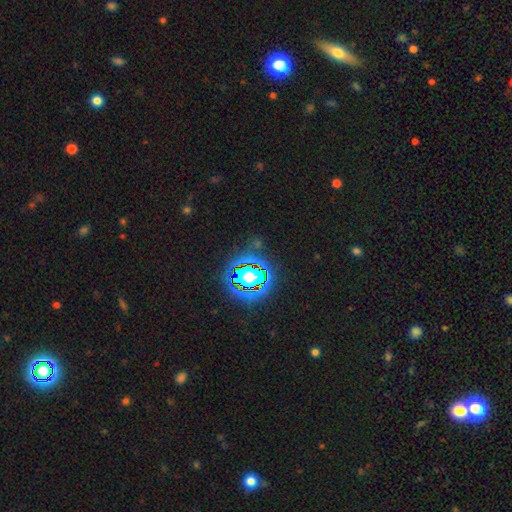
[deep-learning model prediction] A star or artifact, not a galaxy (81%).